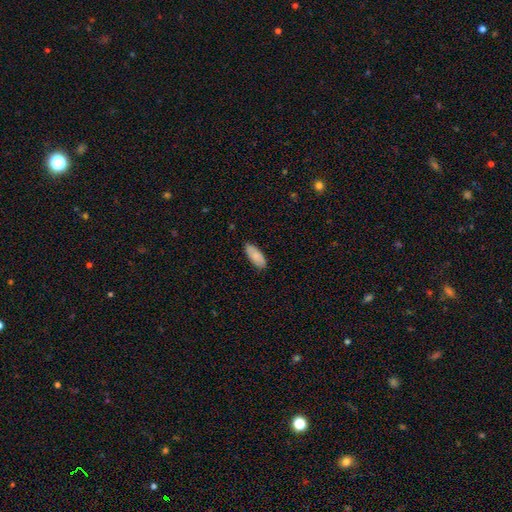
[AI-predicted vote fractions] smooth_or_featured: smooth (p=0.83) [alt: featured or disk p=0.12]
how_rounded: in between (p=0.83) [alt: cigar-shaped p=0.15]
merging: none (p=0.84) [alt: minor disturbance p=0.13]